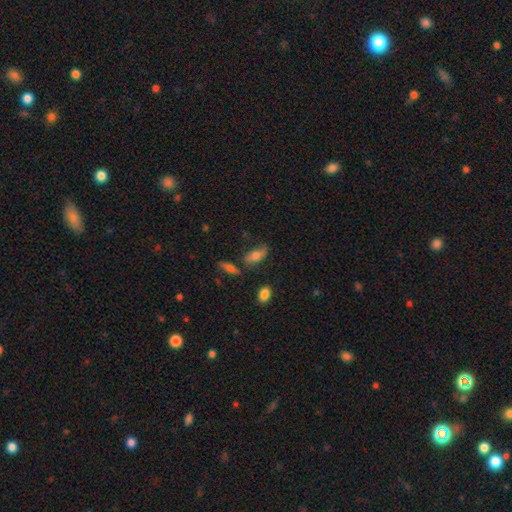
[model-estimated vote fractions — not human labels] Overall: smooth (63%; featured or disk 28%). How rounded: in between (81%). Merging: none (56%; minor disturbance 26%).